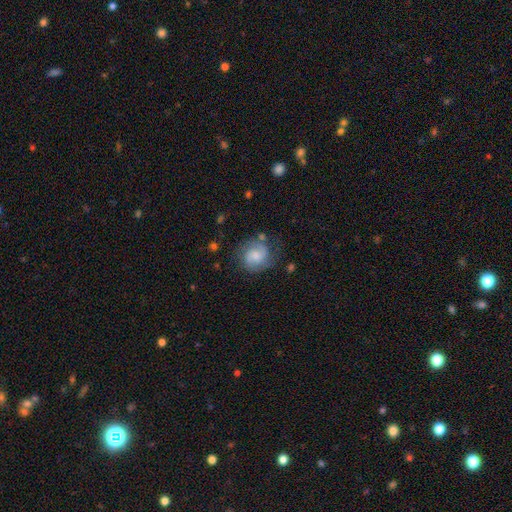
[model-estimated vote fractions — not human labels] Smooth or featured: featured or disk — 47% (smooth — 45%)
Merging: none — 67% (minor disturbance — 20%)